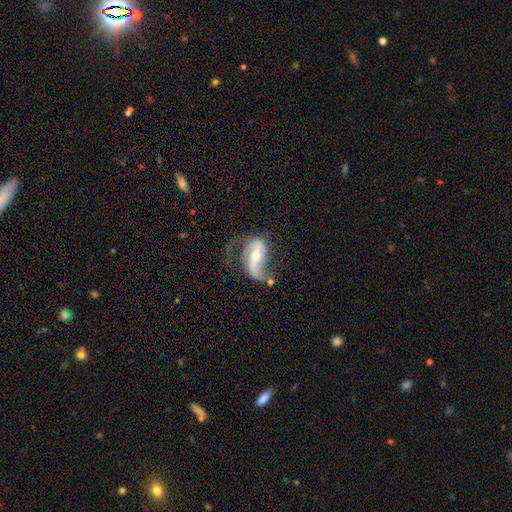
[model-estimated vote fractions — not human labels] Q: Smooth or featured?
A: featured or disk (82%); runner-up: smooth (12%)
Q: Edge-on disk?
A: no (94%); runner-up: yes (6%)
Q: Bar?
A: strong (46%); runner-up: weak (31%)
Q: Spiral arms?
A: yes (89%); runner-up: no (11%)
Q: Spiral winding?
A: loose (71%); runner-up: medium (22%)
Q: Spiral arm count?
A: 2 (75%); runner-up: 1 (18%)
Q: Bulge size?
A: moderate (55%); runner-up: small (39%)
Q: Merging?
A: none (39%); runner-up: major disturbance (30%)